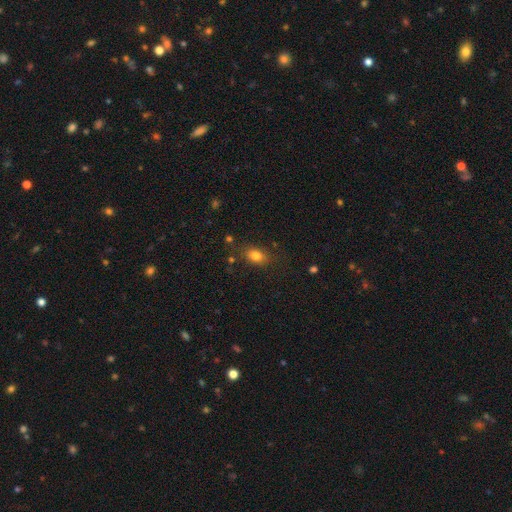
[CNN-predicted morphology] smooth-or-featured: smooth: 80% | star or artifact: 12% | featured or disk: 9%
  how-rounded: in between: 74% | round: 24% | cigar-shaped: 3%
  merging: none: 78% | minor disturbance: 14% | major disturbance: 5% | merger: 3%